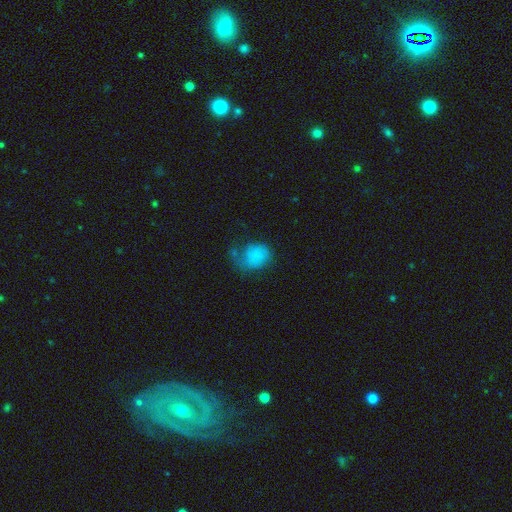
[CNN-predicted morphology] This appears to be a smooth galaxy with no disk features (75%) that is round (51%). Merging: none (34%, tied with major disturbance).